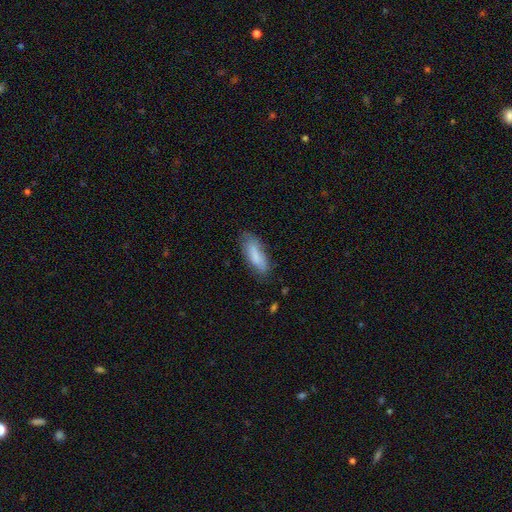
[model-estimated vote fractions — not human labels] Smooth or featured? Predicted: smooth (p=0.79). How rounded? Predicted: in between (p=0.65). Merging? Predicted: none (p=0.66).